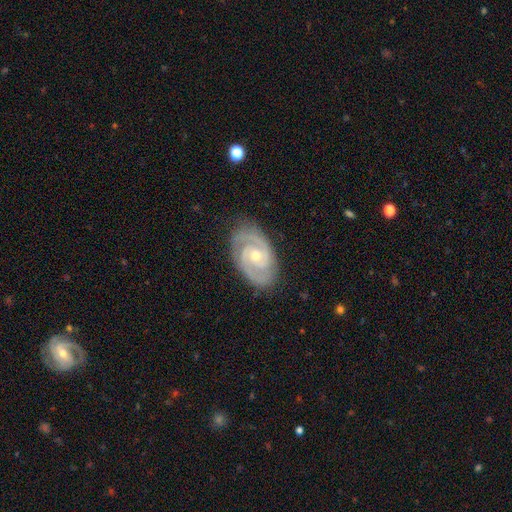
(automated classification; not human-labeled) smooth_or_featured: featured or disk (p=0.92) [alt: star or artifact p=0.04]
disk_edge_on: no (p=0.97) [alt: yes p=0.03]
bar: no (p=0.57) [alt: weak p=0.34]
has_spiral_arms: yes (p=0.98) [alt: no p=0.02]
spiral_winding: tight (p=0.63) [alt: medium p=0.33]
spiral_arm_count: 2 (p=0.85) [alt: 3 p=0.07]
bulge_size: moderate (p=0.49) [alt: small p=0.48]
merging: none (p=0.84) [alt: minor disturbance p=0.12]